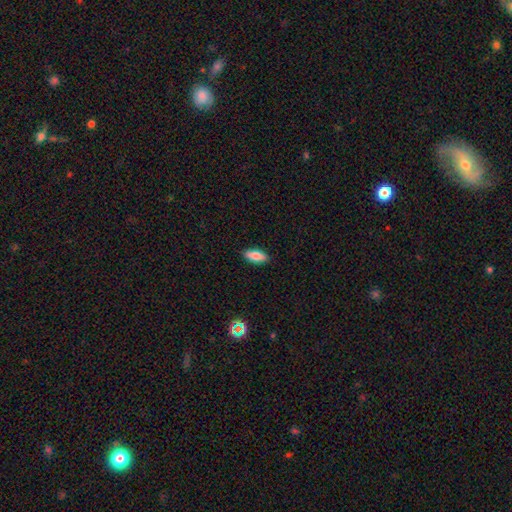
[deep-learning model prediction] Morphology: type=smooth (78%); roundness=in between (77%); merging=none (89%).